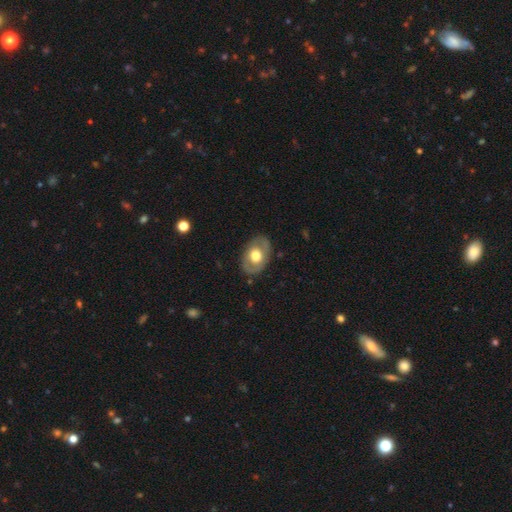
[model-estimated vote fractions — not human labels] Overall: featured or disk (49%; smooth 46%). Merging: none (82%).